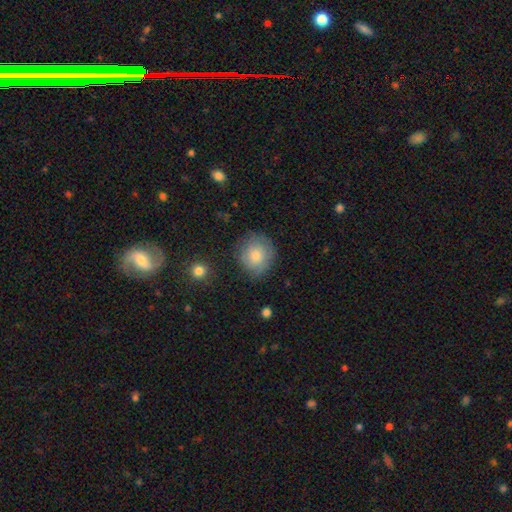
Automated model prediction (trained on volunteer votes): Q: Smooth or featured?
A: smooth (69%); runner-up: featured or disk (22%)
Q: How rounded?
A: round (82%); runner-up: in between (17%)
Q: Merging?
A: none (78%); runner-up: minor disturbance (17%)